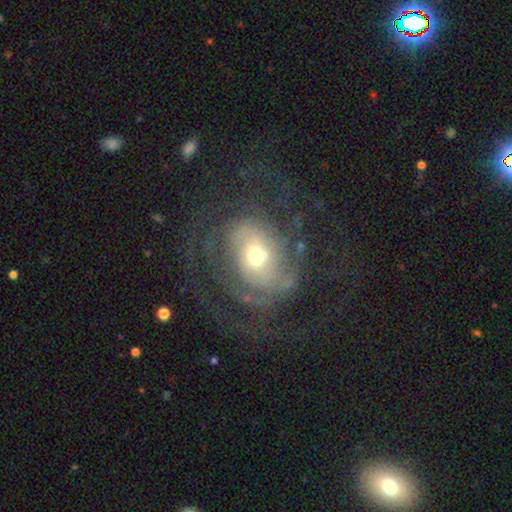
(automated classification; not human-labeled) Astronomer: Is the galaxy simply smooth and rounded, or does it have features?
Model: featured or disk — 79%.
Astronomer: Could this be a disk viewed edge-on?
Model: no — 97%.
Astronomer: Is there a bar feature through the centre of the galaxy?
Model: no — 59%.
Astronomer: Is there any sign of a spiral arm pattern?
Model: yes — 82%.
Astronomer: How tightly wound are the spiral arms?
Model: tight — 44% (runner-up: medium, 36%).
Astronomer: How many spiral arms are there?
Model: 2 — 34% (runner-up: can't tell, 33%).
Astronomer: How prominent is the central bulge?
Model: moderate — 58%.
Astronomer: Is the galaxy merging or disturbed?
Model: none — 56%.